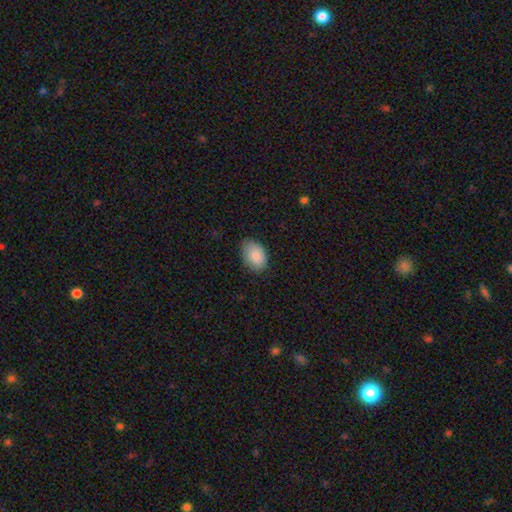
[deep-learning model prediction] Smooth or featured: smooth — 87% (star or artifact — 7%)
How rounded: in between — 89% (round — 10%)
Merging: none — 79% (minor disturbance — 18%)